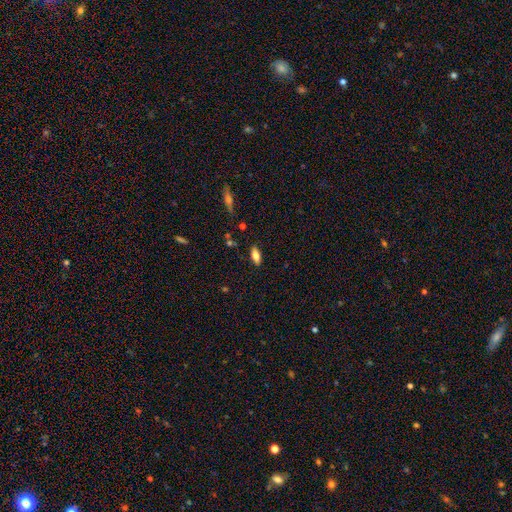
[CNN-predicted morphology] A smooth galaxy with no disk features (72%) that is in between round and cigar-shaped (80%).

Vote fractions:
- Smooth or featured? smooth: 72% / featured or disk: 20% / star or artifact: 8%
- How rounded? in between: 80% / cigar-shaped: 18% / round: 3%
- Merging? none: 85% / minor disturbance: 11% / major disturbance: 3% / merger: 2%